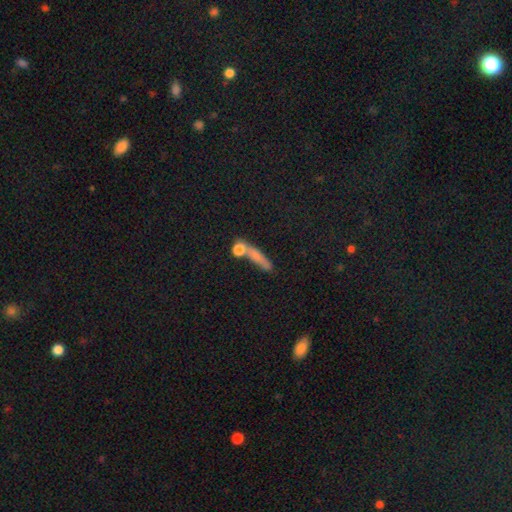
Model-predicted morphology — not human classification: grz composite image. It shows a smooth galaxy with no disk features (67%) that is cigar-shaped (59%). Merging: none (54%).